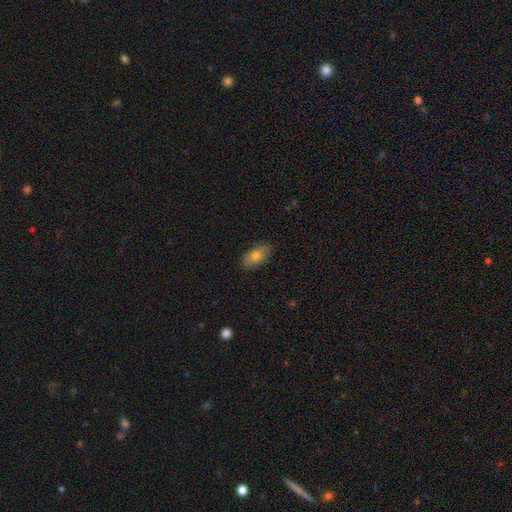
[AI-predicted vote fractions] Q: Smooth or featured?
A: smooth (76%); runner-up: featured or disk (16%)
Q: How rounded?
A: in between (89%); runner-up: cigar-shaped (7%)
Q: Merging?
A: none (87%); runner-up: minor disturbance (10%)